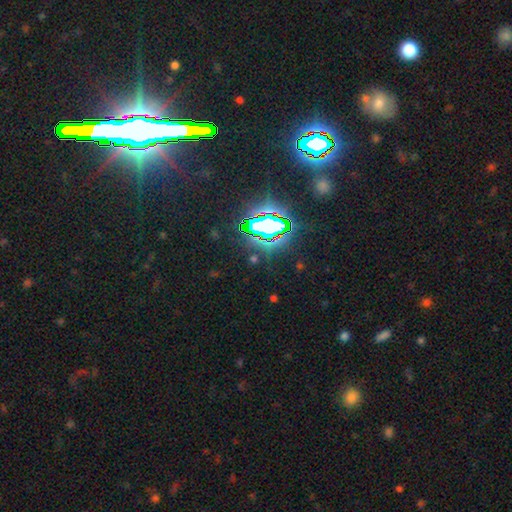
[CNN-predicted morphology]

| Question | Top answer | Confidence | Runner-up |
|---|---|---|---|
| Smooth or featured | star or artifact | 79% | smooth (12%) |